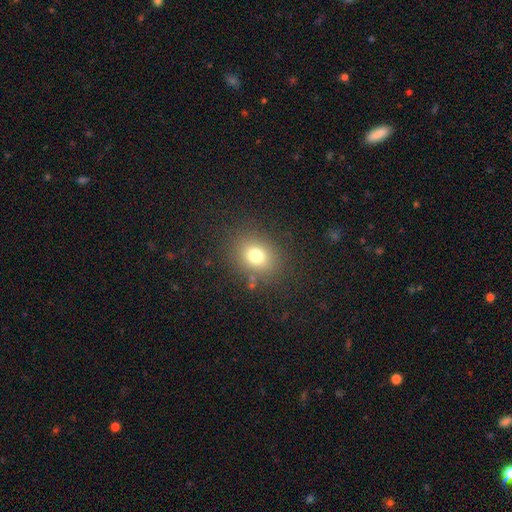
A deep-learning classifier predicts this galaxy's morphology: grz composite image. It shows a smooth galaxy with no disk features (75%) that is round (59%). Merging: none (83%).